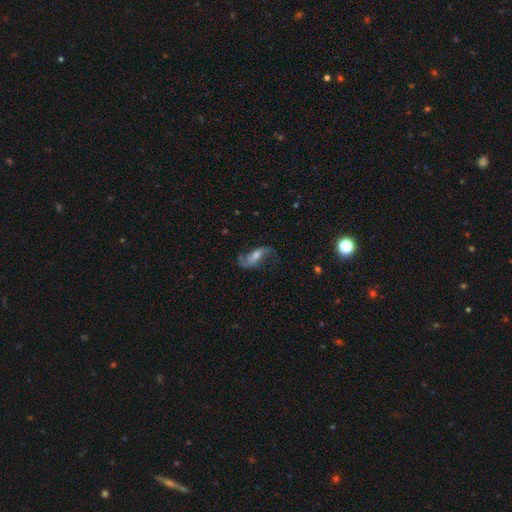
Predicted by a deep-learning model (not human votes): This is likely a featured or disk galaxy (71%). It is clearly not viewed edge-on (91%). Bar: marginally weak (40%). Spiral arm pattern: clearly yes (89%). Spiral arm count: clearly 2 (86%). Spiral winding: likely loose (75%). Central bulge: marginally moderate (42%). Merging: possibly none (55%).